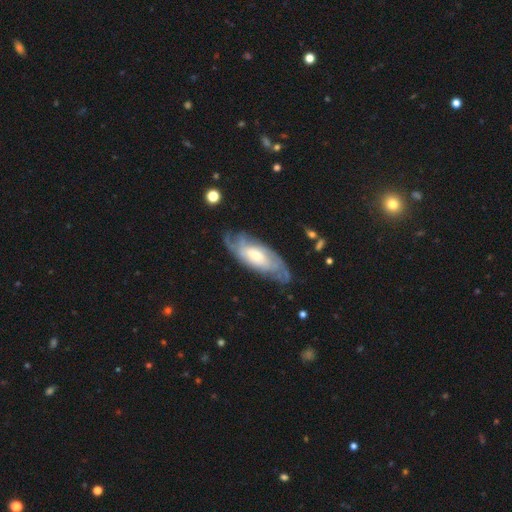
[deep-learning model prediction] smooth_or_featured: featured or disk (p=0.72) [alt: smooth p=0.23]
disk_edge_on: no (p=0.86) [alt: yes p=0.14]
bar: no (p=0.60) [alt: weak p=0.32]
has_spiral_arms: yes (p=0.88) [alt: no p=0.12]
spiral_winding: tight (p=0.50) [alt: medium p=0.35]
spiral_arm_count: can't tell (p=0.51) [alt: 2 p=0.26]
bulge_size: moderate (p=0.51) [alt: small p=0.26]
merging: none (p=0.65) [alt: minor disturbance p=0.23]